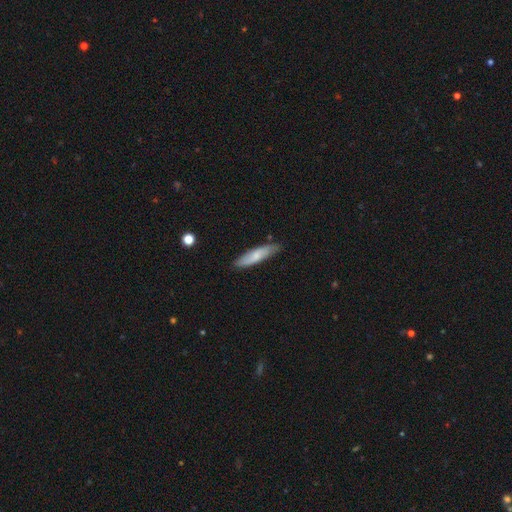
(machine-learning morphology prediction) A smooth galaxy with no disk features (69%) that is cigar-shaped (75%). Merging: none (81%).